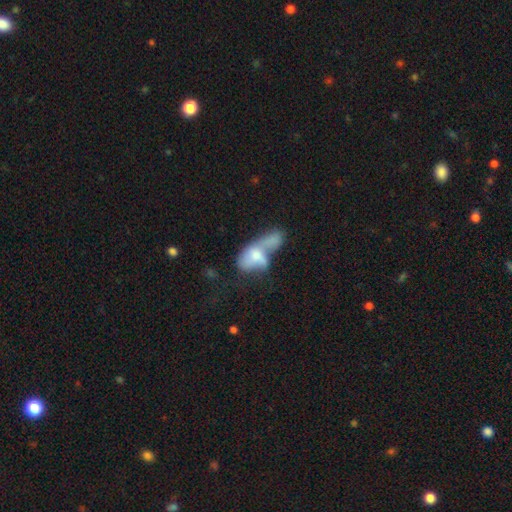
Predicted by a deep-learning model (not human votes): A smooth galaxy with no disk features (58%) that is in between round and cigar-shaped (82%).

Vote fractions:
- Smooth or featured? smooth: 58% / featured or disk: 33% / star or artifact: 9%
- How rounded? in between: 82% / round: 11% / cigar-shaped: 7%
- Merging? merger: 63% / major disturbance: 19% / none: 10% / minor disturbance: 8%